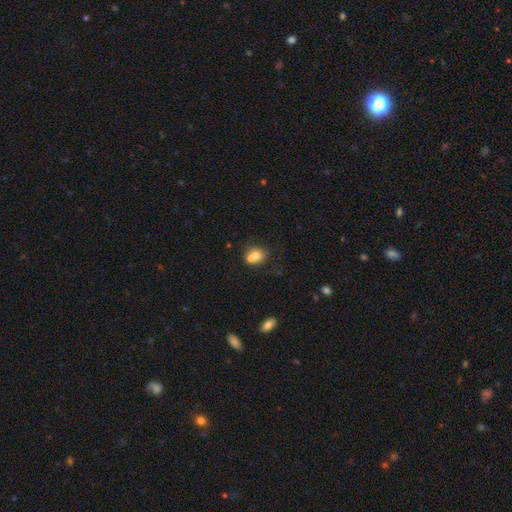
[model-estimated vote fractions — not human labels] Q: Smooth or featured?
A: smooth (71%); runner-up: featured or disk (18%)
Q: How rounded?
A: round (68%); runner-up: in between (31%)
Q: Merging?
A: merger (52%); runner-up: none (36%)